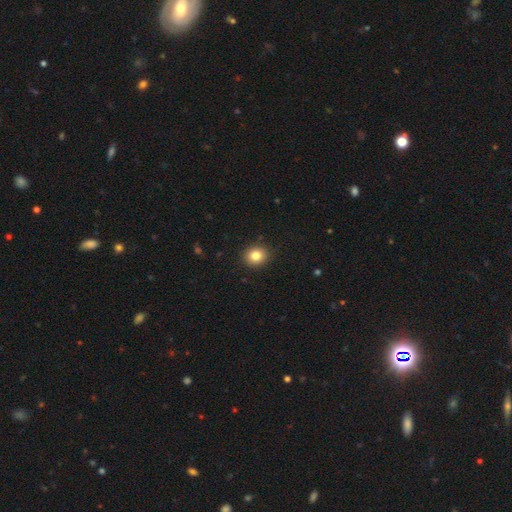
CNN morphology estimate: Smooth or featured? smooth (83%)
How rounded? round (74%)
Merging? none (91%)